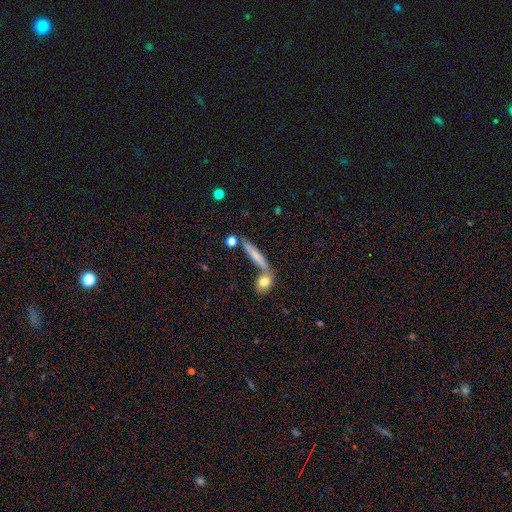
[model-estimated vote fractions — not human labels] Q: Smooth or featured?
A: smooth (64%); runner-up: featured or disk (29%)
Q: How rounded?
A: cigar-shaped (85%); runner-up: in between (11%)
Q: Merging?
A: none (64%); runner-up: merger (20%)